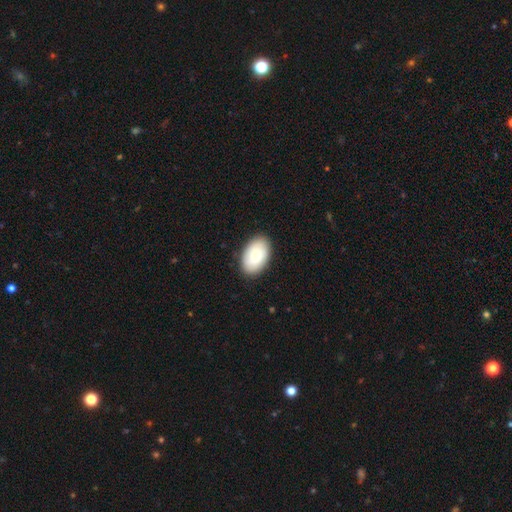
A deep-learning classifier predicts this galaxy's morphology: Smooth or featured: smooth — 82% (featured or disk — 12%)
How rounded: in between — 92% (round — 6%)
Merging: none — 88% (minor disturbance — 9%)